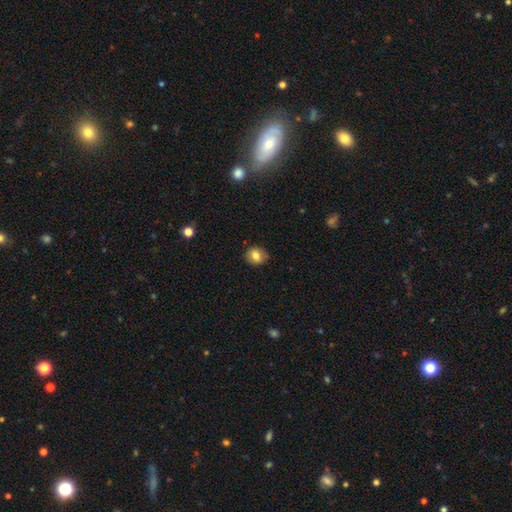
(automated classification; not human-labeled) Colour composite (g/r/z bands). It shows a smooth galaxy with no disk features (77%) that is round (61%). Merging: none (83%).